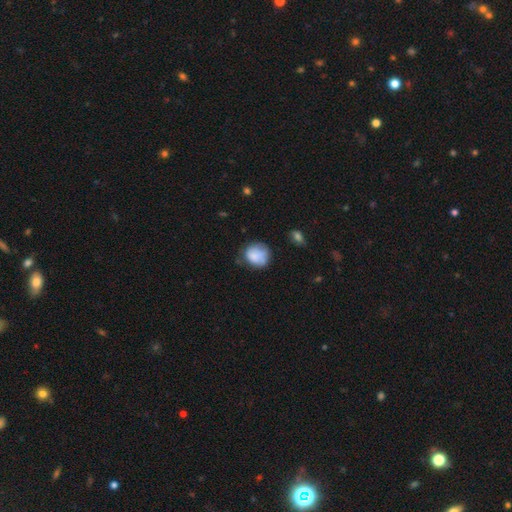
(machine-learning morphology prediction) Smooth or featured?
  - smooth: 78% *
  - featured or disk: 13%
  - star or artifact: 8%
How rounded?
  - round: 74% *
  - in between: 25%
  - cigar-shaped: 1%
Merging?
  - none: 53% *
  - minor disturbance: 32%
  - major disturbance: 11%
  - merger: 4%